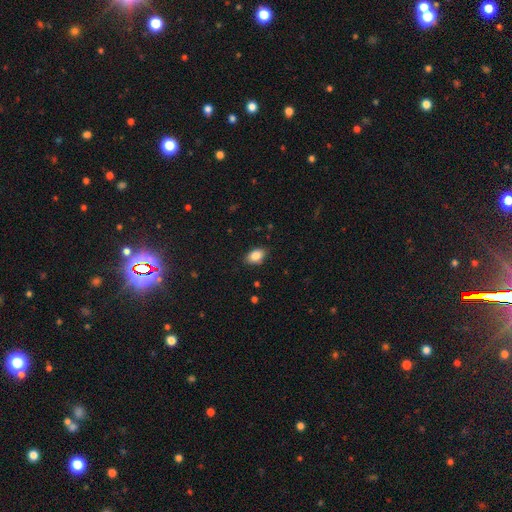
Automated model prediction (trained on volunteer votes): Smooth or featured?
  - smooth: 85% *
  - star or artifact: 8%
  - featured or disk: 7%
How rounded?
  - in between: 88% *
  - round: 10%
  - cigar-shaped: 2%
Merging?
  - none: 84% *
  - minor disturbance: 12%
  - major disturbance: 2%
  - merger: 1%